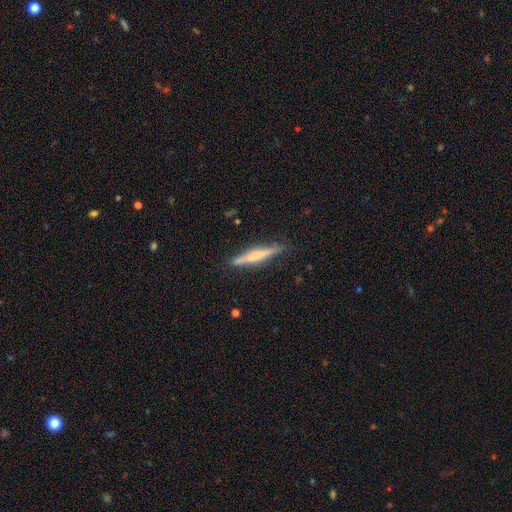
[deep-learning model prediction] Overall: featured or disk (50%; smooth 44%). Merging: none (85%).